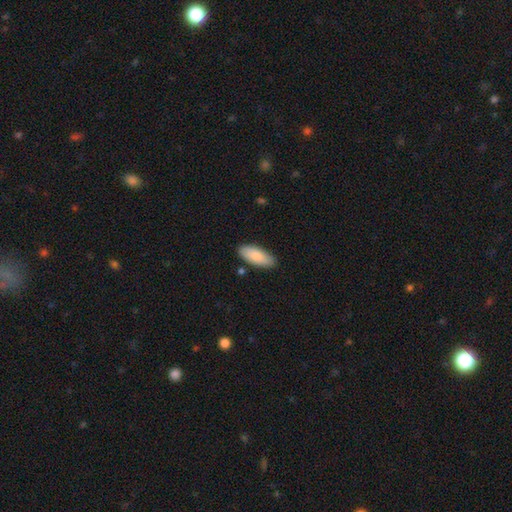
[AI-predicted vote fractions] Smooth or featured: smooth — 84% (featured or disk — 11%)
How rounded: in between — 82% (cigar-shaped — 16%)
Merging: none — 85% (minor disturbance — 11%)